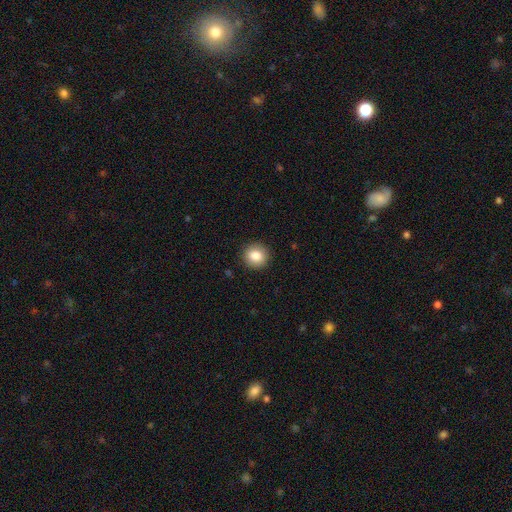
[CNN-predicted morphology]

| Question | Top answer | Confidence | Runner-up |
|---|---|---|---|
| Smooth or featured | smooth | 85% | star or artifact (9%) |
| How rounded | round | 90% | in between (9%) |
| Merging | none | 91% | minor disturbance (6%) |